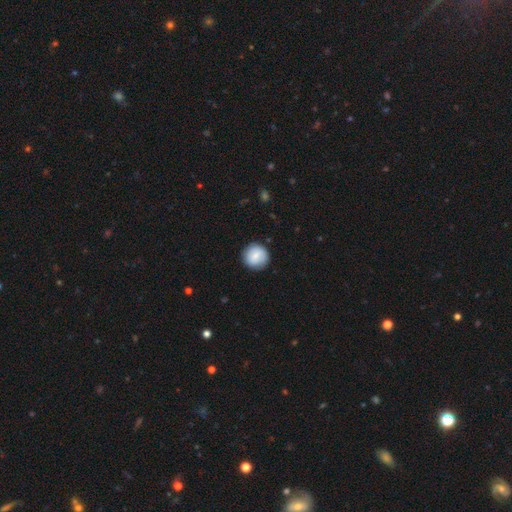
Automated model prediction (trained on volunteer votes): A smooth galaxy with no disk features (76%) that is round (94%).

Vote fractions:
- Smooth or featured? smooth: 76% / featured or disk: 18% / star or artifact: 7%
- How rounded? round: 94% / in between: 5% / cigar-shaped: 1%
- Merging? none: 87% / minor disturbance: 9% / major disturbance: 2% / merger: 1%